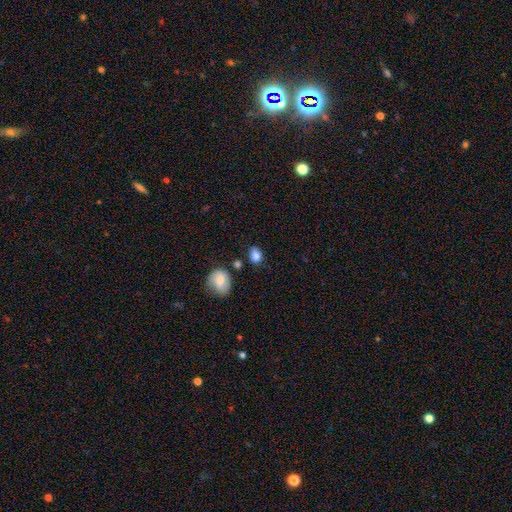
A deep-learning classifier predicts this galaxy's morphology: smooth 84%, star or artifact 9%, featured or disk 7%. Down the decision tree: how rounded — in between (67%); merging — none (68%).